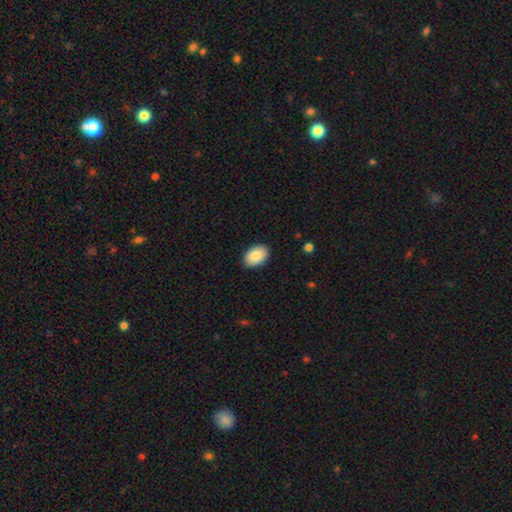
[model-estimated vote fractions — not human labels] smooth-or-featured: smooth: 88% | star or artifact: 6% | featured or disk: 6%
  how-rounded: in between: 90% | round: 9% | cigar-shaped: 1%
  merging: none: 89% | minor disturbance: 8% | major disturbance: 2% | merger: 1%